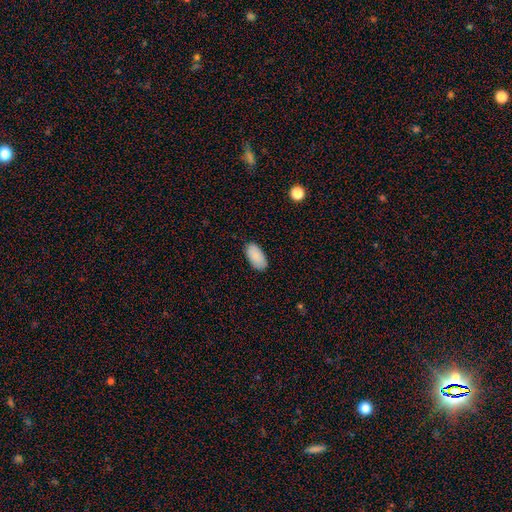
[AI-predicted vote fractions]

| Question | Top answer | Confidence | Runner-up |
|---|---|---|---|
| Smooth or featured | smooth | 89% | star or artifact (7%) |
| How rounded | in between | 95% | cigar-shaped (3%) |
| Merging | none | 86% | minor disturbance (11%) |